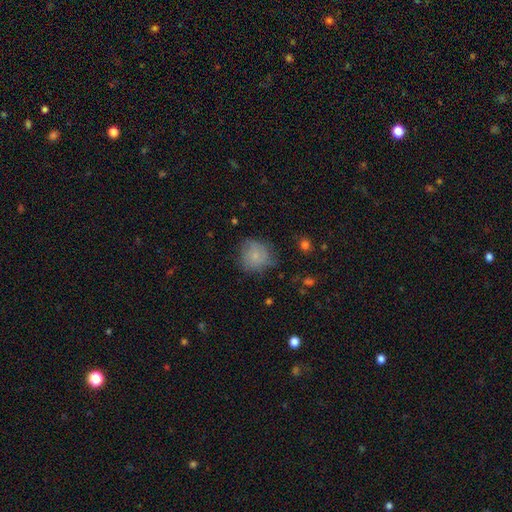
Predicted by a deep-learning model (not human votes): smooth-or-featured: smooth: 69% | featured or disk: 21% | star or artifact: 9%
  how-rounded: round: 84% | in between: 15% | cigar-shaped: 1%
  merging: none: 62% | minor disturbance: 27% | major disturbance: 10% | merger: 2%